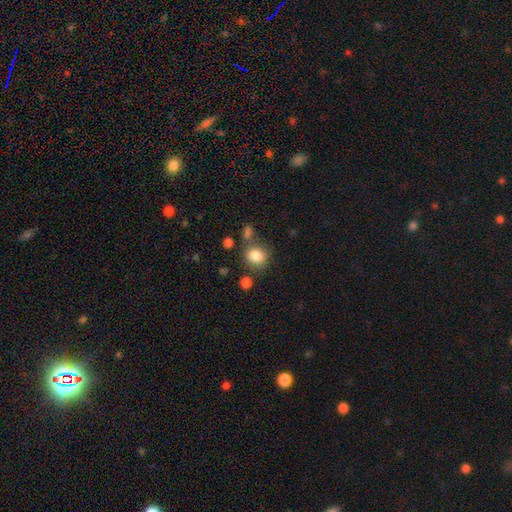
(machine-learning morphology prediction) A smooth galaxy with no disk features (82%) that is round (78%).

Vote fractions:
- Smooth or featured? smooth: 82% / star or artifact: 11% / featured or disk: 7%
- How rounded? round: 78% / in between: 21% / cigar-shaped: 1%
- Merging? none: 73% / minor disturbance: 13% / merger: 10% / major disturbance: 4%